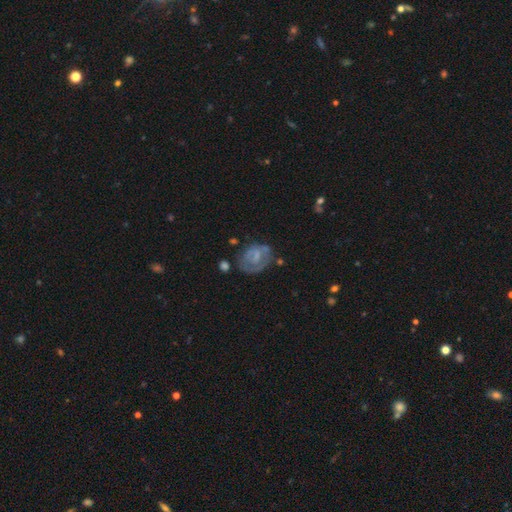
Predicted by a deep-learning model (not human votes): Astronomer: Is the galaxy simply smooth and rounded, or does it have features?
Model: featured or disk — 57% (runner-up: smooth, 34%).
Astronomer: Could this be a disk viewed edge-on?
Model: no — 97%.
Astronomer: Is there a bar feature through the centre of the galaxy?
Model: no — 56% (runner-up: weak, 35%).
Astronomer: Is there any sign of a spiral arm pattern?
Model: yes — 51% (runner-up: no, 49%).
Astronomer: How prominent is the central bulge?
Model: none — 43% (runner-up: small, 30%).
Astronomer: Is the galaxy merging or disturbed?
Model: none — 51%.